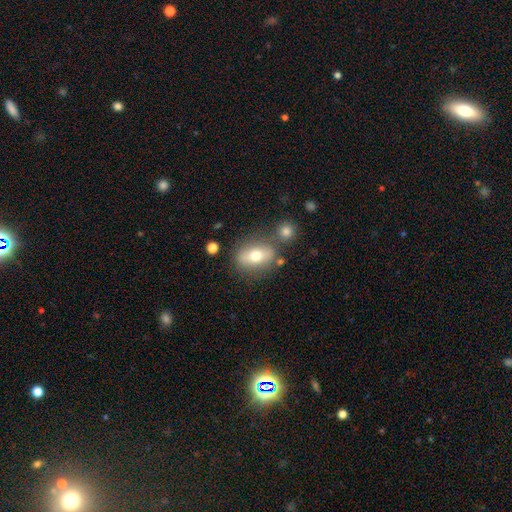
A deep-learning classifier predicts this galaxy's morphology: Smooth or featured? smooth (63%)
How rounded? in between (74%)
Merging? none (71%)